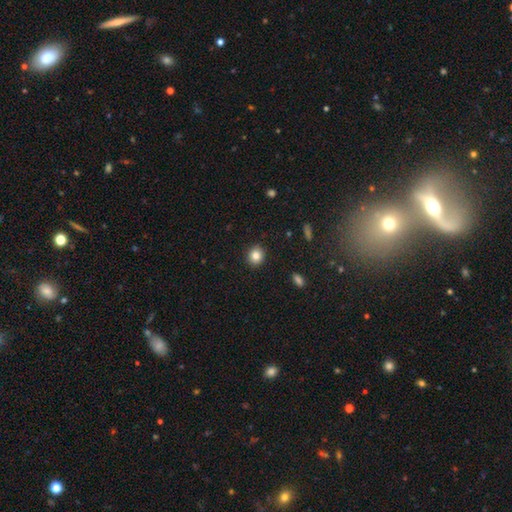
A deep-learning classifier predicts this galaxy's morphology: smooth-or-featured: smooth: 84% | star or artifact: 10% | featured or disk: 6%
  how-rounded: round: 73% | in between: 26% | cigar-shaped: 1%
  merging: none: 91% | minor disturbance: 6% | major disturbance: 2% | merger: 1%